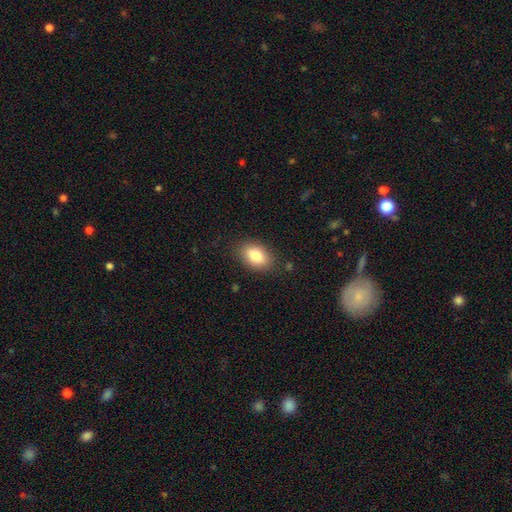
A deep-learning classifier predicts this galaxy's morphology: Smooth or featured? smooth (81%)
How rounded? in between (88%)
Merging? none (85%)